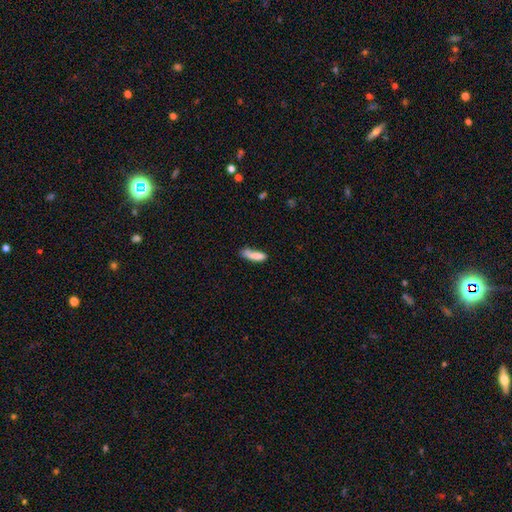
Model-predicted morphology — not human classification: type=smooth (79%); roundness=cigar-shaped (59%); merging=none (46%).